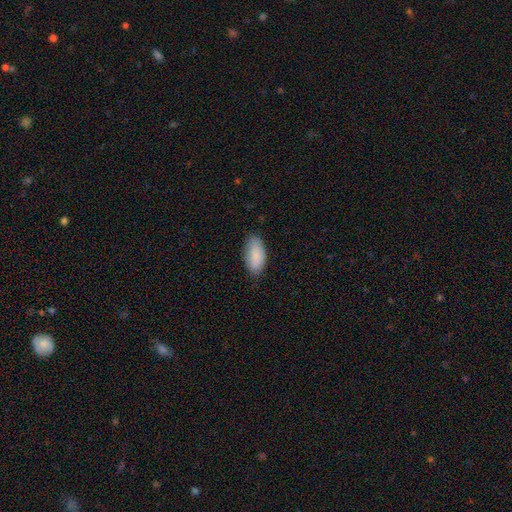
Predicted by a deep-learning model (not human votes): A smooth galaxy with no disk features (87%) that is in between round and cigar-shaped (92%).

Vote fractions:
- Smooth or featured? smooth: 87% / featured or disk: 7% / star or artifact: 6%
- How rounded? in between: 92% / cigar-shaped: 6% / round: 2%
- Merging? none: 79% / minor disturbance: 17% / major disturbance: 3% / merger: 1%